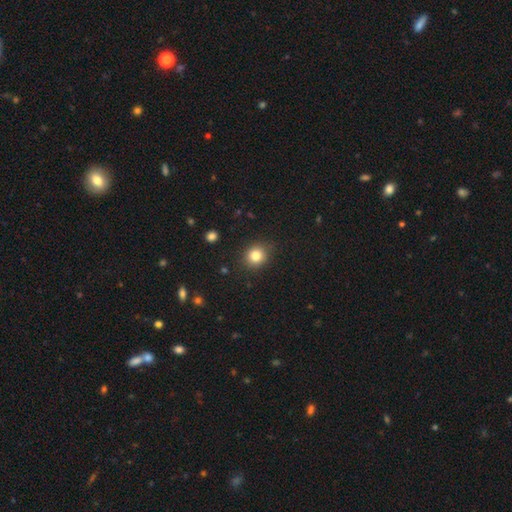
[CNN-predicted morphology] The model was most divided on "how rounded": round: 79%, in between: 20%, cigar-shaped: 1%. More confident: merging — none (87%); smooth or featured — smooth (83%).